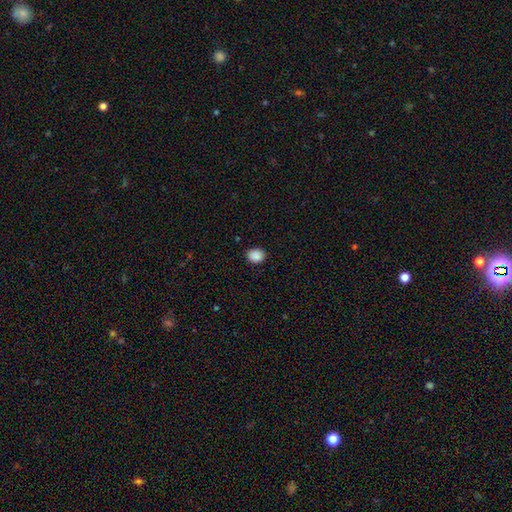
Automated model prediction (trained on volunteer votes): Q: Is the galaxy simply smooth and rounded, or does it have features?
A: smooth — 89%.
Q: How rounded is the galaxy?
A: round — 63%.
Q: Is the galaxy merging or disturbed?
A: none — 89%.